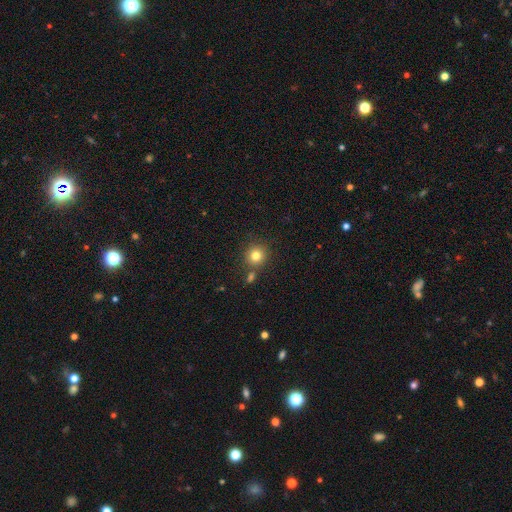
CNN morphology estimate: type=smooth (80%); roundness=round (91%); merging=none (77%).